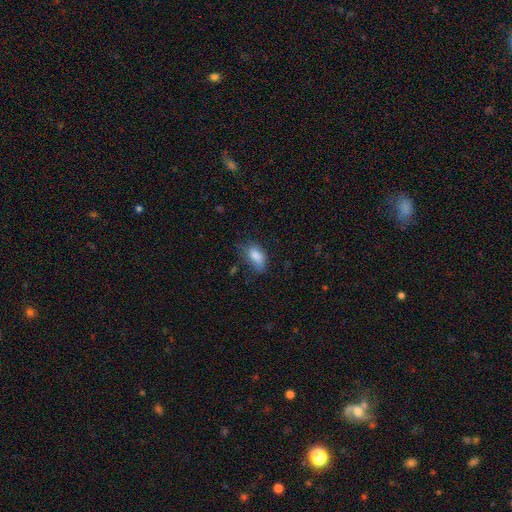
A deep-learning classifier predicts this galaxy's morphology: A smooth galaxy with no disk features (79%) that is in between round and cigar-shaped (89%). Merging: none (44%).